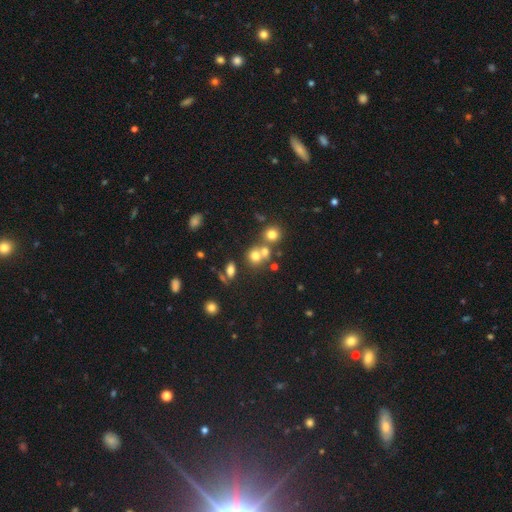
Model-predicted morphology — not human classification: A smooth galaxy with no disk features (68%) that is round (76%).

Vote fractions:
- Smooth or featured? smooth: 68% / star or artifact: 19% / featured or disk: 14%
- How rounded? round: 76% / in between: 23% / cigar-shaped: 1%
- Merging? none: 46% / merger: 42% / minor disturbance: 9% / major disturbance: 4%